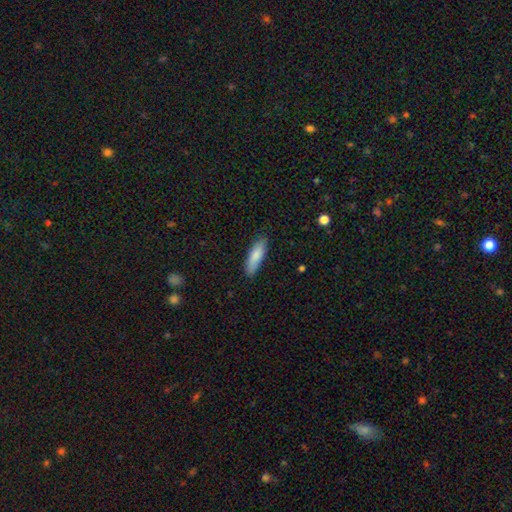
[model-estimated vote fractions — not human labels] Overall: smooth (84%). How rounded: cigar-shaped (54%; in between 44%). Merging: none (86%).